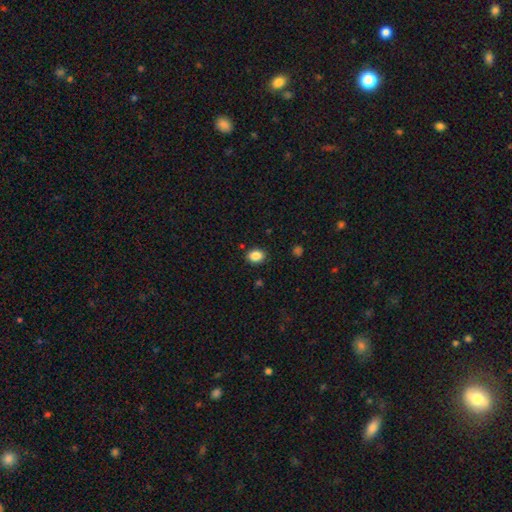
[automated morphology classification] Smooth or featured? Predicted: smooth (p=0.87). How rounded? Predicted: in between (p=0.64). Merging? Predicted: none (p=0.87).